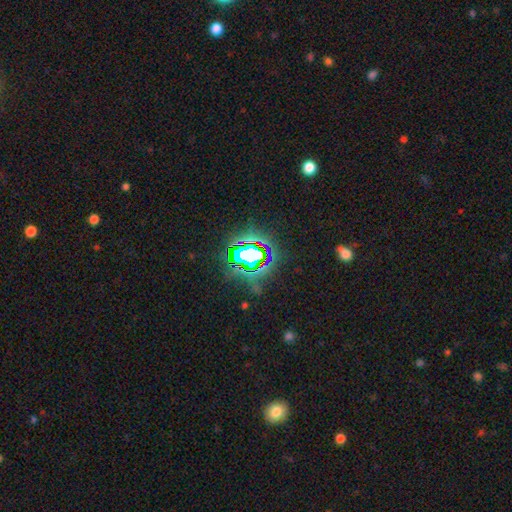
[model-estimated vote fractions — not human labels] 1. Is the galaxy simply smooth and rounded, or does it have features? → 77% star or artifact, 13% smooth, 10% featured or disk.